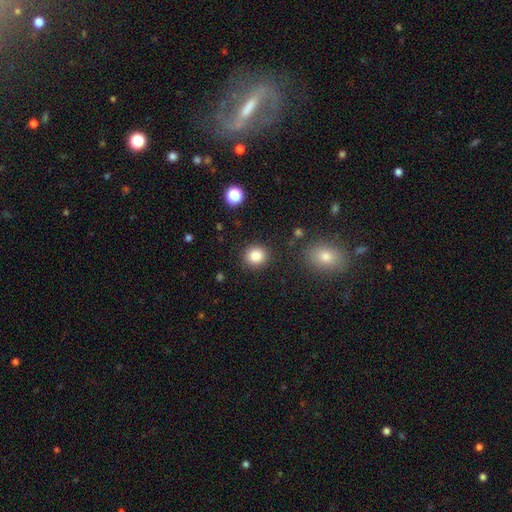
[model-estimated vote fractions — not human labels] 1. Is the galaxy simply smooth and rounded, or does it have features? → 86% smooth, 10% star or artifact, 4% featured or disk.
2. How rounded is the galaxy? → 83% round, 16% in between, 1% cigar-shaped.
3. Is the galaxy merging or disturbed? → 87% none, 8% minor disturbance, 3% major disturbance, 2% merger.